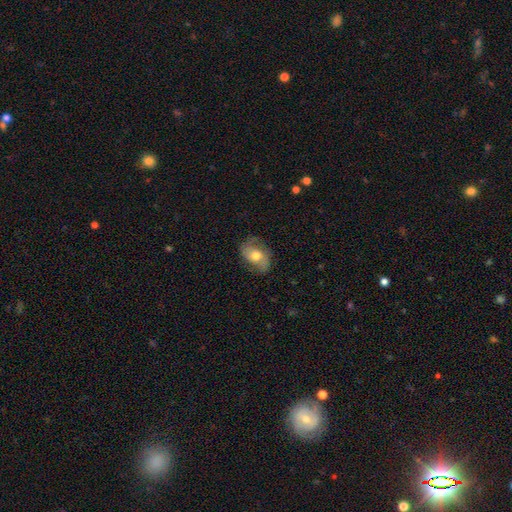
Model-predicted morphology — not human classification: Q: Smooth or featured?
A: featured or disk (63%); runner-up: smooth (29%)
Q: Edge-on disk?
A: no (96%); runner-up: yes (4%)
Q: Bar?
A: no (64%); runner-up: weak (28%)
Q: Spiral arms?
A: yes (87%); runner-up: no (13%)
Q: Spiral winding?
A: medium (42%); tied with: loose (42%)
Q: Spiral arm count?
A: 2 (87%); runner-up: can't tell (6%)
Q: Bulge size?
A: moderate (70%); runner-up: large (14%)
Q: Merging?
A: none (72%); runner-up: minor disturbance (19%)